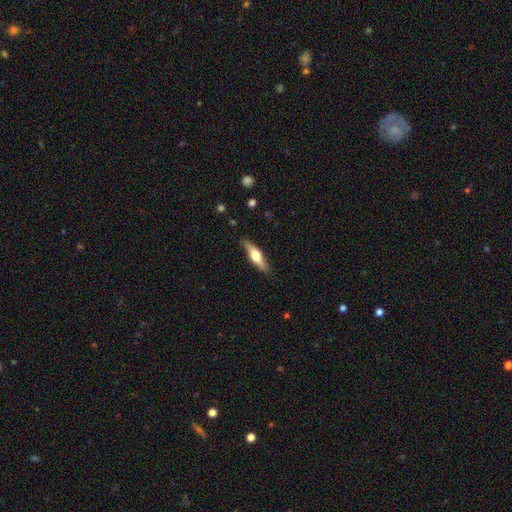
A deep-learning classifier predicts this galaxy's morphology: smooth-or-featured: featured or disk: 52% | smooth: 43% | star or artifact: 5%
  disk-edge-on: yes: 88% | no: 12%
  merging: none: 84% | minor disturbance: 12% | major disturbance: 2% | merger: 1%